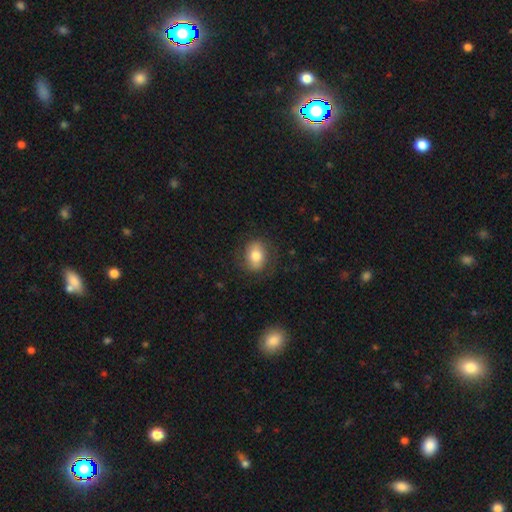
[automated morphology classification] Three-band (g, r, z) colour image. It shows a smooth galaxy with no disk features (71%) that is in between round and cigar-shaped (59%). Merging: none (77%).